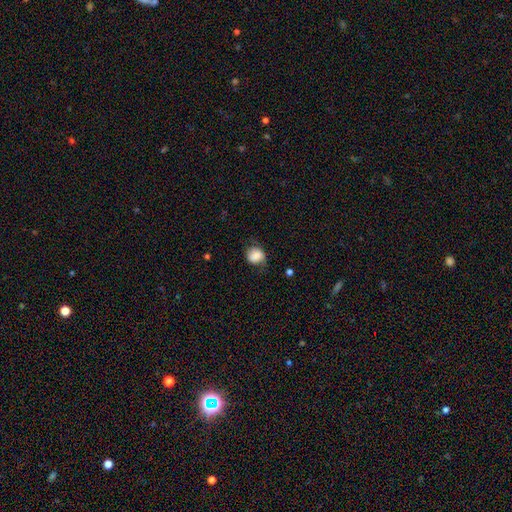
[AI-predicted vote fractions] Smooth or featured: smooth — 77% (featured or disk — 14%)
How rounded: round — 72% (in between — 27%)
Merging: none — 59% (minor disturbance — 29%)